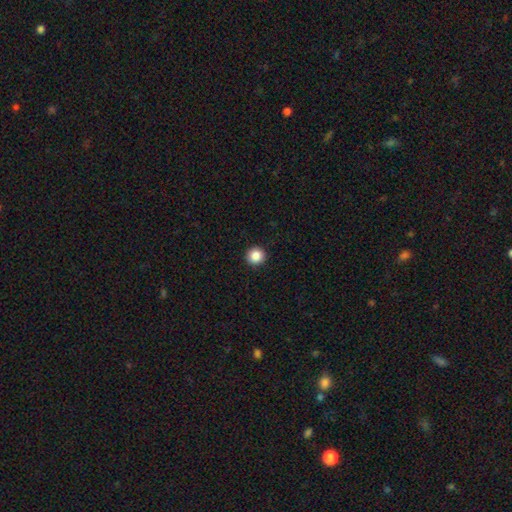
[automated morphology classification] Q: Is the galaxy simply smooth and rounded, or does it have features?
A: smooth — 87%.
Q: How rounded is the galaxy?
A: round — 95%.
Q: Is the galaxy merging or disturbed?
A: none — 93%.